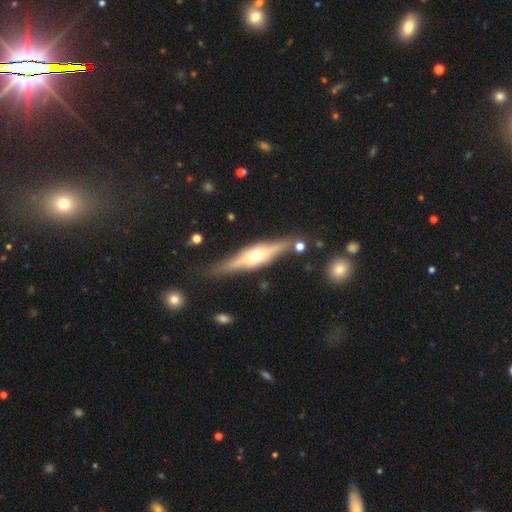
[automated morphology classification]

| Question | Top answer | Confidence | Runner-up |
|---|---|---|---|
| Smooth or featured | featured or disk | 72% | smooth (22%) |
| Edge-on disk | yes | 95% | no (5%) |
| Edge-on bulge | rounded | 89% | boxy (9%) |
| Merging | none | 81% | minor disturbance (13%) |